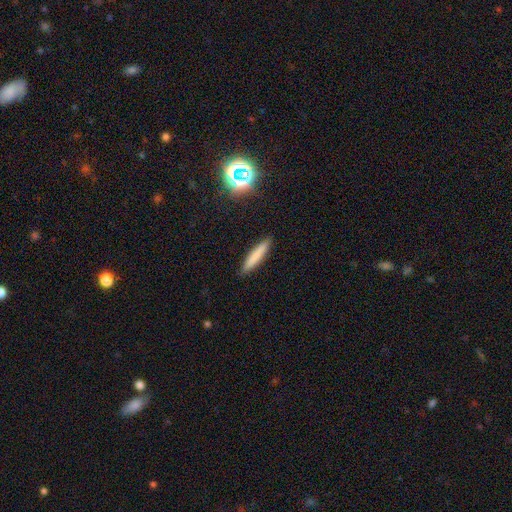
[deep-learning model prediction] smooth_or_featured: smooth (p=0.77) [alt: featured or disk p=0.15]
how_rounded: cigar-shaped (p=0.90) [alt: in between p=0.08]
merging: none (p=0.91) [alt: minor disturbance p=0.07]